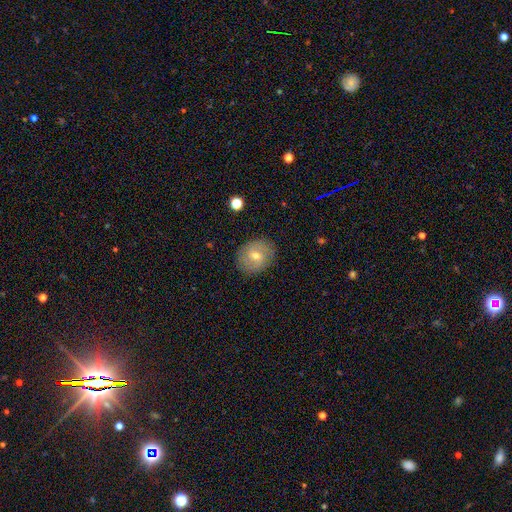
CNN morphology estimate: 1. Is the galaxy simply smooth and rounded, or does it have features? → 59% smooth, 32% featured or disk, 9% star or artifact.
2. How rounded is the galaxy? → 63% round, 36% in between, 1% cigar-shaped.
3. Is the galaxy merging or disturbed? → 85% none, 11% minor disturbance, 3% major disturbance, 1% merger.